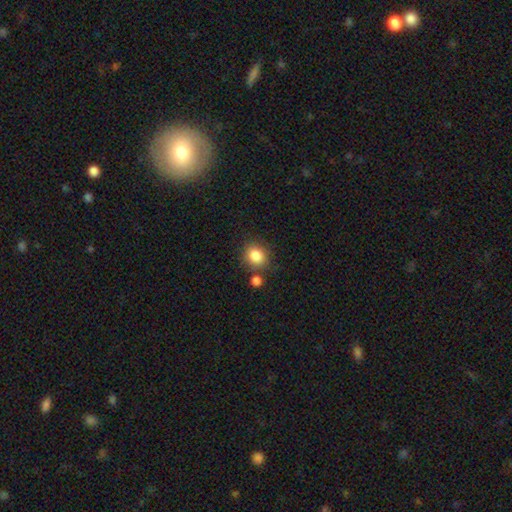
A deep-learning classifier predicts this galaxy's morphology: Smooth or featured? Predicted: smooth (p=0.85). How rounded? Predicted: round (p=0.72). Merging? Predicted: none (p=0.73).